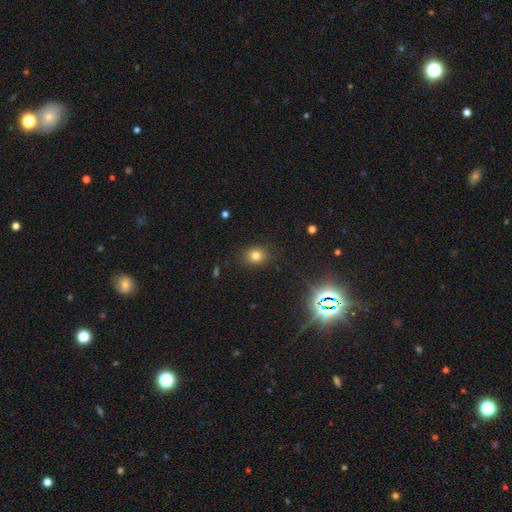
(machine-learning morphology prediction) Smooth or featured? smooth (76%)
How rounded? round (62%)
Merging? none (88%)